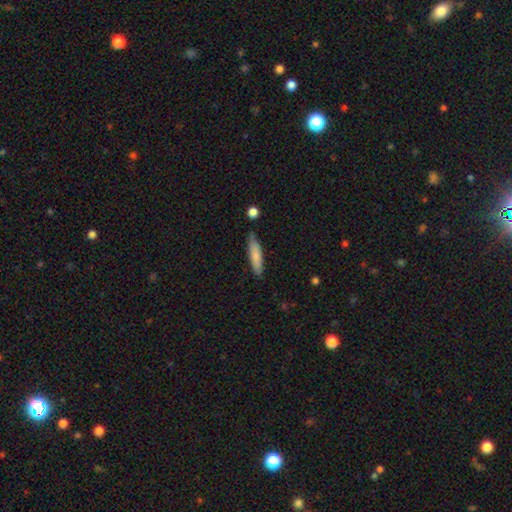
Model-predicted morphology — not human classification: smooth-or-featured: smooth: 80% | featured or disk: 14% | star or artifact: 6%
  how-rounded: cigar-shaped: 80% | in between: 18% | round: 1%
  merging: none: 80% | minor disturbance: 15% | merger: 3% | major disturbance: 2%